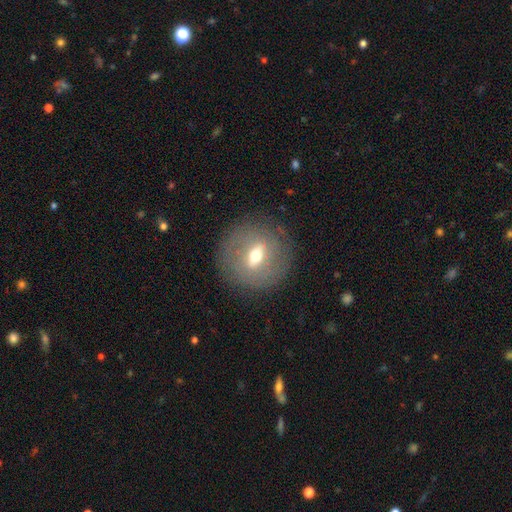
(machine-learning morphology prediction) A featured or disk galaxy (64%). Merging: none (83%).